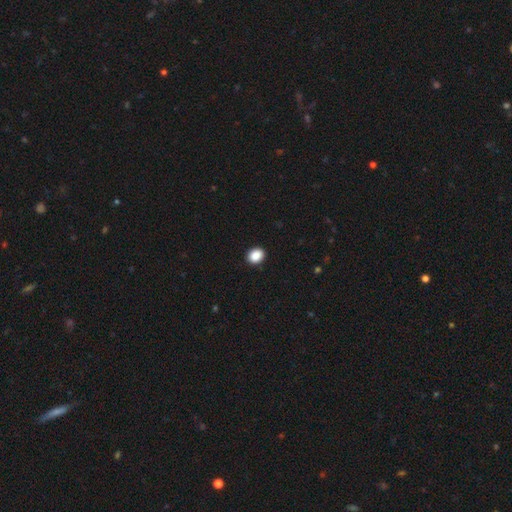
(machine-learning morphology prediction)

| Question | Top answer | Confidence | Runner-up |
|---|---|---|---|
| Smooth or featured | smooth | 89% | star or artifact (8%) |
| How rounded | round | 51% | in between (48%) |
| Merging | none | 91% | minor disturbance (6%) |